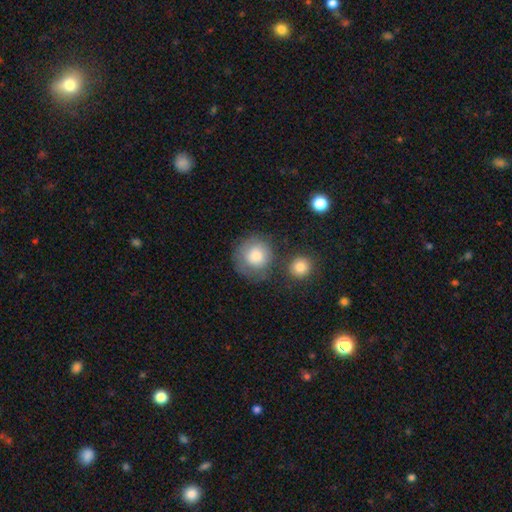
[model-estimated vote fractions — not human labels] A smooth galaxy with no disk features (79%) that is round (89%). Merging: none (60%).